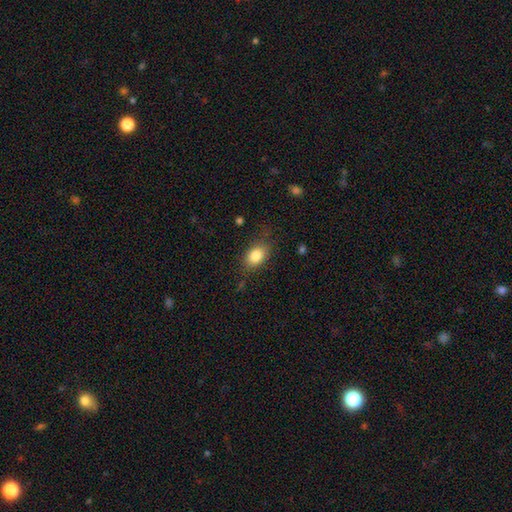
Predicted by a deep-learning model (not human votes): Smooth or featured? smooth (84%)
How rounded? in between (82%)
Merging? none (73%)